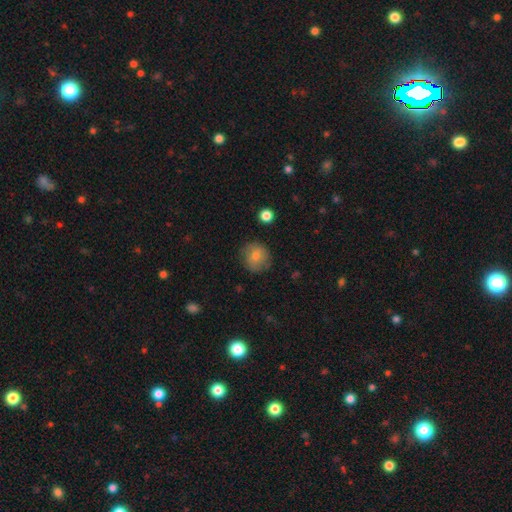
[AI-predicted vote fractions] This appears to be a smooth galaxy with no disk features (72%) that is round (88%). Merging: none (82%).